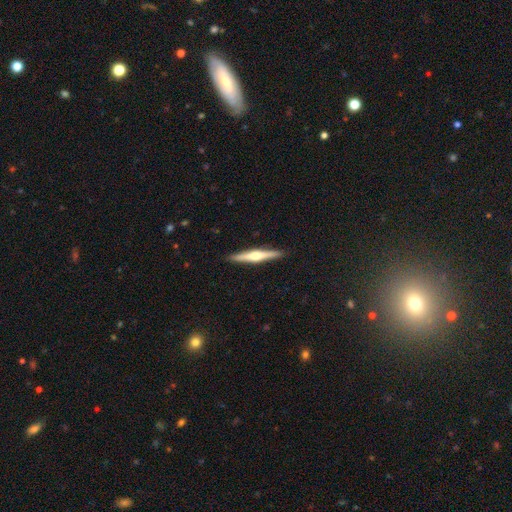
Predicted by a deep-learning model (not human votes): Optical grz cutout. It shows a featured or disk galaxy (67%) viewed edge-on (98%) with a rounded central bulge (85%). Merging: none (92%).